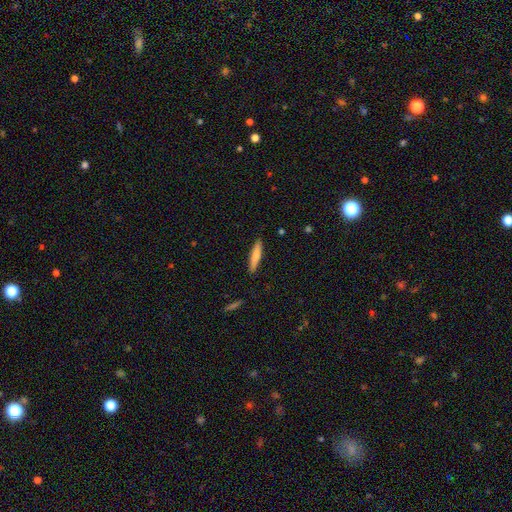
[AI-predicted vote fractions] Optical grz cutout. It shows a smooth galaxy with no disk features (72%) that is cigar-shaped (86%). Merging: none (89%).